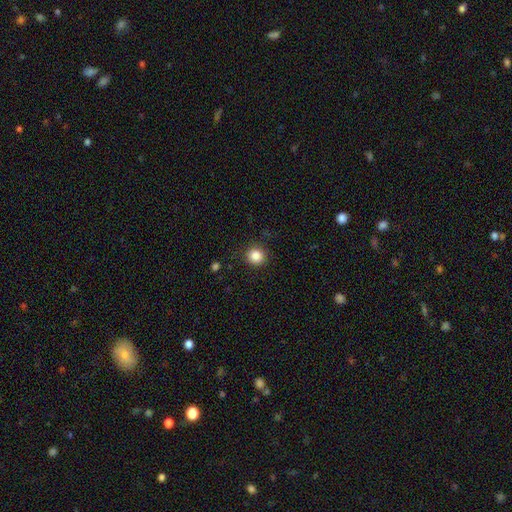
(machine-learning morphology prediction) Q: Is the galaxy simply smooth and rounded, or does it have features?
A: smooth — 86%.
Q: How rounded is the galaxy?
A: round — 92%.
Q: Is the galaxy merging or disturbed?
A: none — 88%.